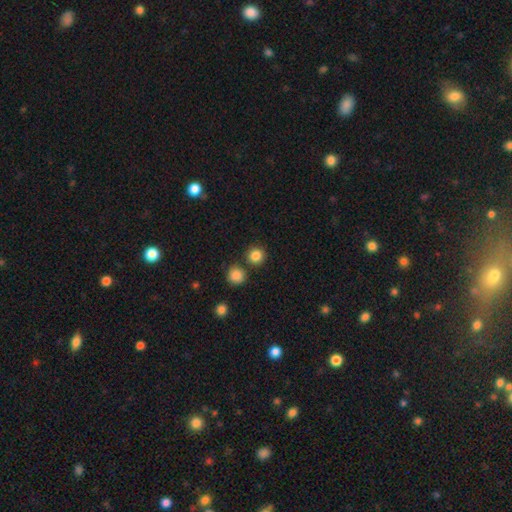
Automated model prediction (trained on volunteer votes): Smooth or featured? Predicted: smooth (p=0.85). How rounded? Predicted: round (p=0.94). Merging? Predicted: none (p=0.83).